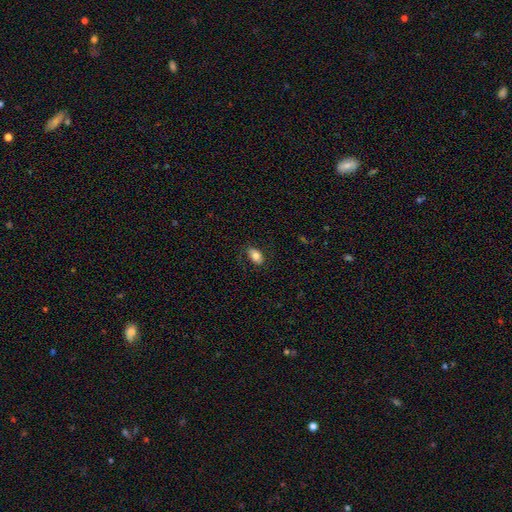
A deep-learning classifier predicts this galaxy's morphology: Overall: smooth (79%). How rounded: in between (90%). Merging: none (82%).